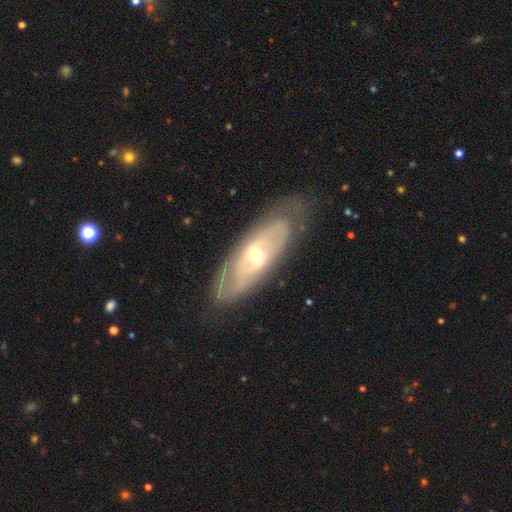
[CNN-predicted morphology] Smooth or featured: featured or disk — 69% (smooth — 26%)
Edge-on disk: no — 82% (yes — 18%)
Bar: no — 57% (weak — 30%)
Spiral arms: no — 53% (yes — 47%)
Bulge size: moderate — 68% (small — 24%)
Merging: none — 77% (minor disturbance — 15%)